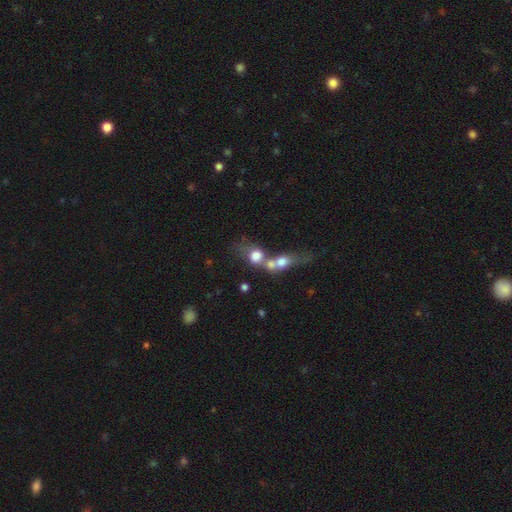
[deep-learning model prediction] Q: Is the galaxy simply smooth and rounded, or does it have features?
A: smooth — 68%.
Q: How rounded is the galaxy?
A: round — 58%.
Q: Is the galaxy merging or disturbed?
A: merger — 69%.